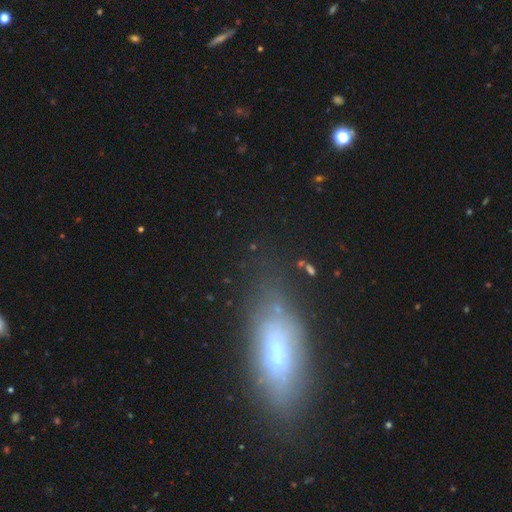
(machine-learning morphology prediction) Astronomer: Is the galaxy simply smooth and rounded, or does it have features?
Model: smooth — 49% (runner-up: featured or disk, 36%).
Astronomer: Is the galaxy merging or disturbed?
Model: none — 70%.